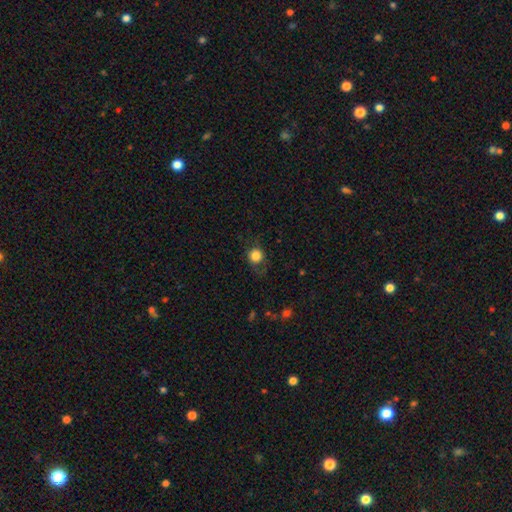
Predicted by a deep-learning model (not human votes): Overall: smooth (82%). How rounded: round (88%). Merging: none (69%).